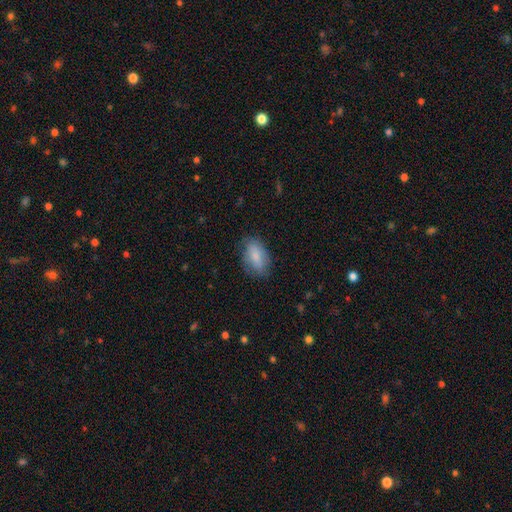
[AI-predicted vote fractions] A smooth galaxy with no disk features (82%) that is in between round and cigar-shaped (90%).

Vote fractions:
- Smooth or featured? smooth: 82% / featured or disk: 11% / star or artifact: 7%
- How rounded? in between: 90% / round: 5% / cigar-shaped: 5%
- Merging? none: 76% / minor disturbance: 18% / major disturbance: 5% / merger: 1%